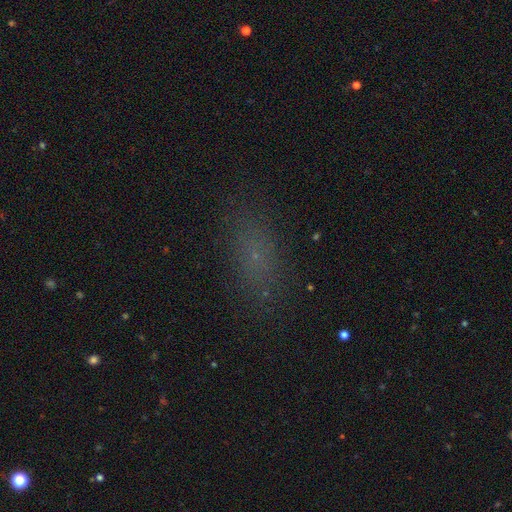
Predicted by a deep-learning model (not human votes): This appears to be a smooth galaxy with no disk features (63%) that is in between round and cigar-shaped (75%). Merging: none (82%).